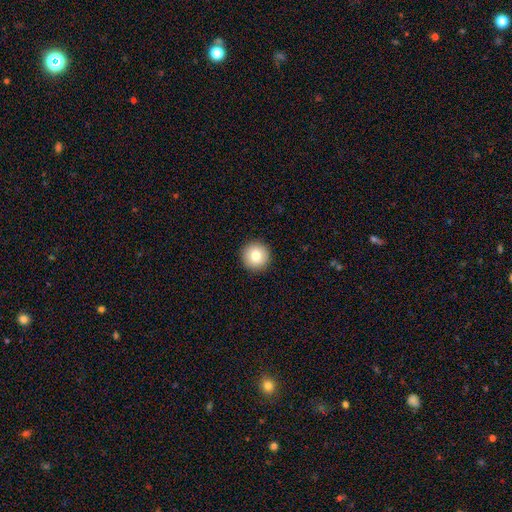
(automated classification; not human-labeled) A smooth galaxy with no disk features (81%) that is round (95%).

Vote fractions:
- Smooth or featured? smooth: 81% / featured or disk: 10% / star or artifact: 9%
- How rounded? round: 95% / in between: 4% / cigar-shaped: 1%
- Merging? none: 92% / minor disturbance: 5% / major disturbance: 2% / merger: 1%